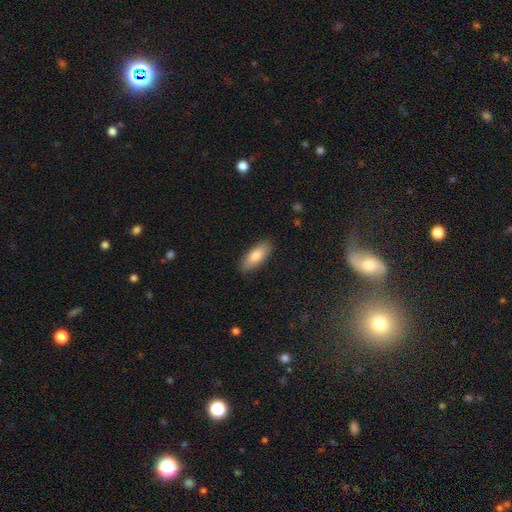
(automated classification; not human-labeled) Smooth or featured? smooth (82%)
How rounded? in between (74%)
Merging? none (87%)